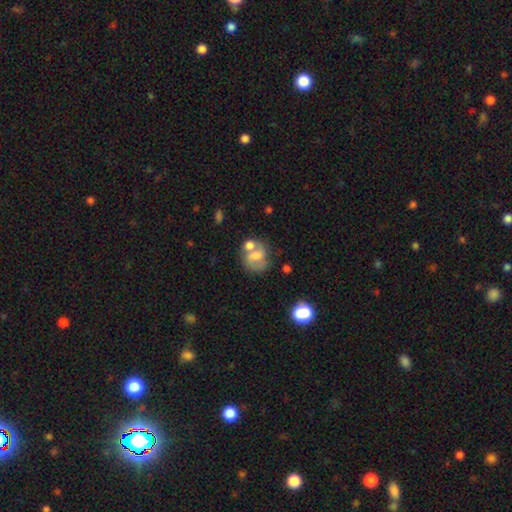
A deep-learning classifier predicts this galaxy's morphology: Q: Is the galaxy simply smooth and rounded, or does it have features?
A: smooth — 50%.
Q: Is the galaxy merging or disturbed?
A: none — 35%.